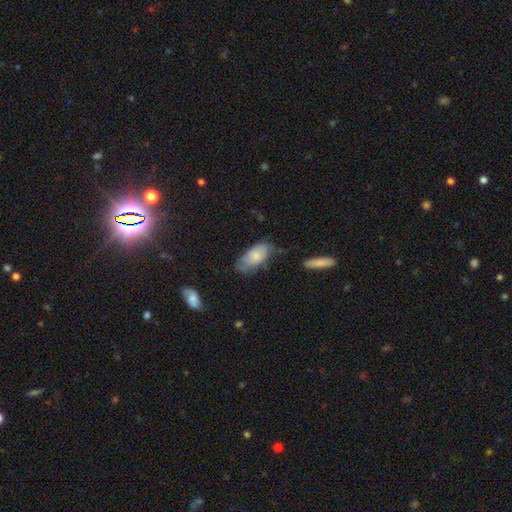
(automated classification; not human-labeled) smooth 65%, featured or disk 29%, star or artifact 7%. Down the decision tree: how rounded — in between (91%); merging — none (49%).